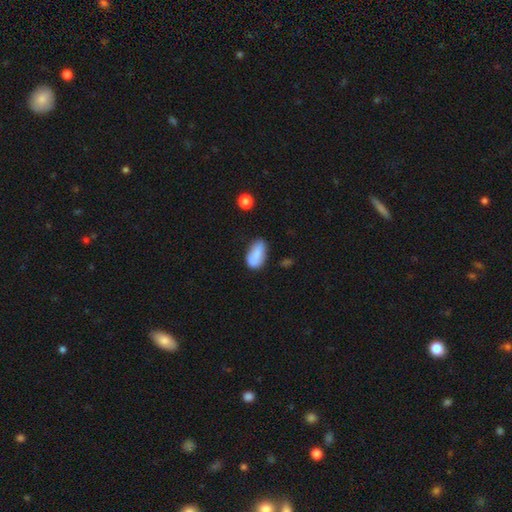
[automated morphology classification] smooth-or-featured: smooth: 81% | featured or disk: 11% | star or artifact: 8%
  how-rounded: in between: 90% | cigar-shaped: 6% | round: 4%
  merging: none: 57% | minor disturbance: 29% | major disturbance: 8% | merger: 6%